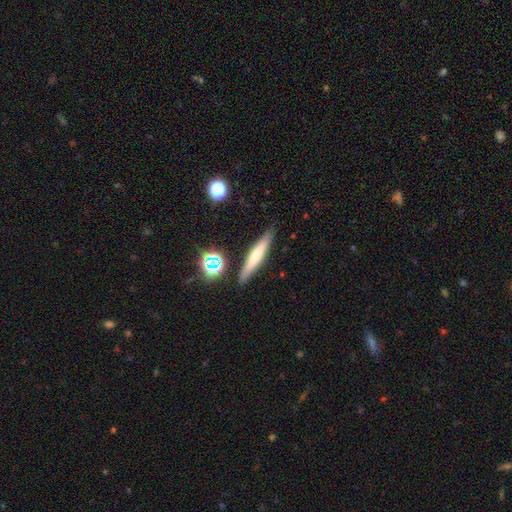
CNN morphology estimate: smooth_or_featured: smooth (p=0.56) [alt: featured or disk p=0.35]
how_rounded: cigar-shaped (p=0.91) [alt: in between p=0.07]
merging: none (p=0.87) [alt: minor disturbance p=0.09]